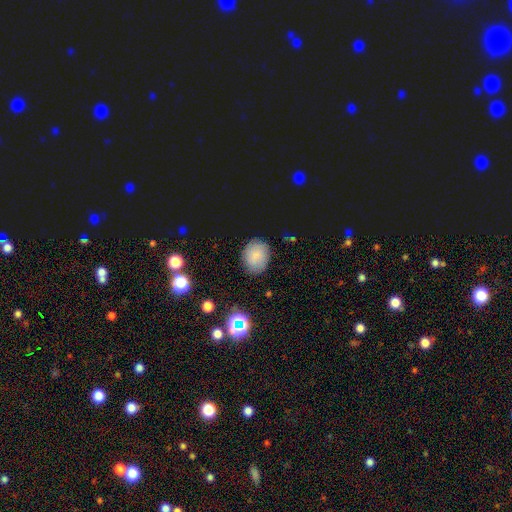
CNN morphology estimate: smooth 71%, featured or disk 17%, star or artifact 12%. Down the decision tree: how rounded — round (52%); merging — none (80%).